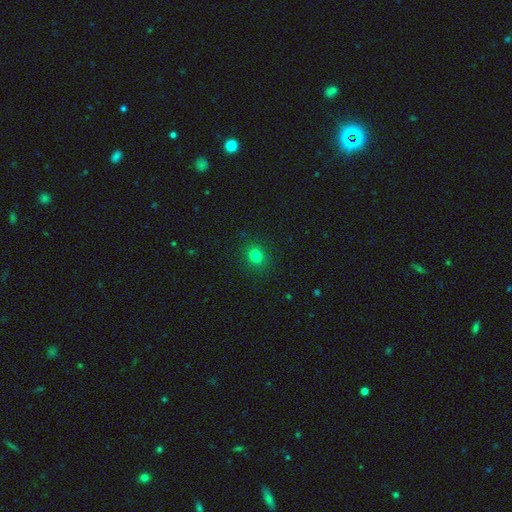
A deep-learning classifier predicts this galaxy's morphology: type=smooth (80%); roundness=round (79%); merging=none (89%).